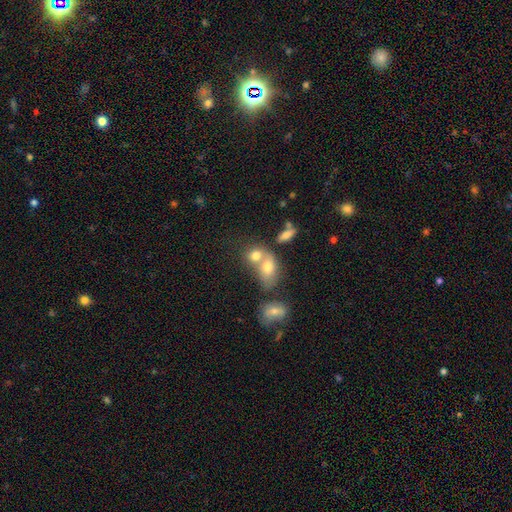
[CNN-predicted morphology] Smooth or featured: smooth — 73% (featured or disk — 16%)
How rounded: in between — 50% (round — 48%)
Merging: merger — 58% (none — 29%)